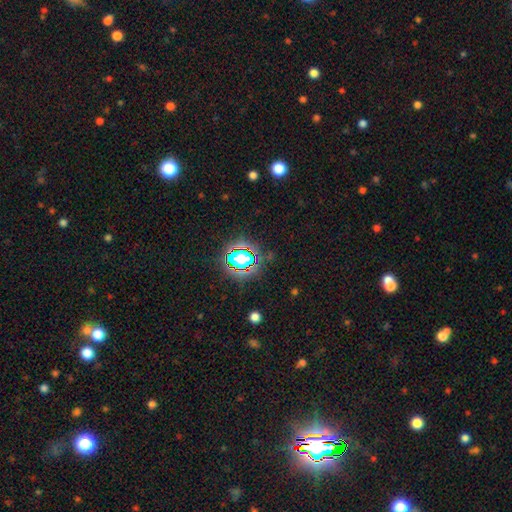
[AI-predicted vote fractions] This appears to be a star or artifact, not a galaxy (81%).